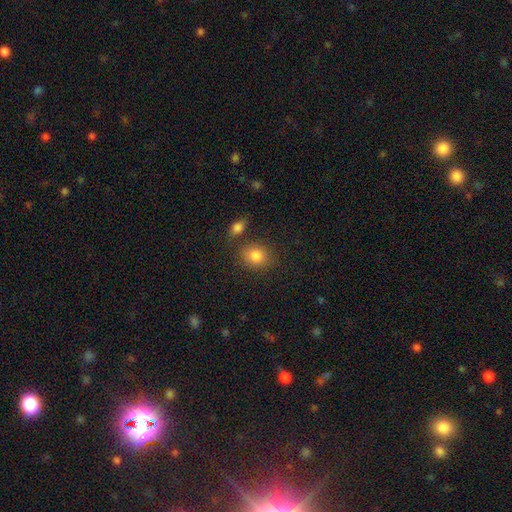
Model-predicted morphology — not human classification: This is clearly a smooth galaxy (84%). How rounded: possibly round (59%). Merging: likely none (75%).